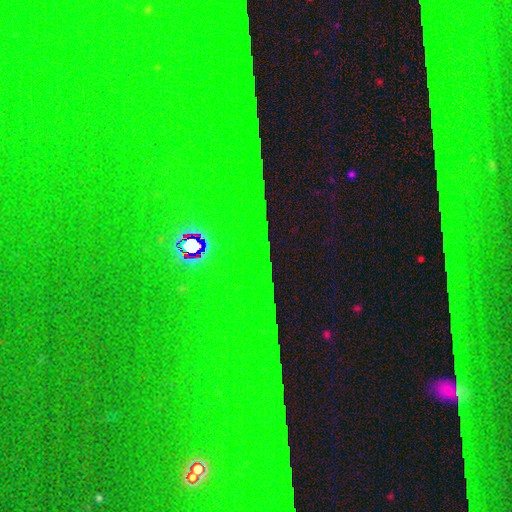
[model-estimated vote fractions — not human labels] Overall: star or artifact (86%).